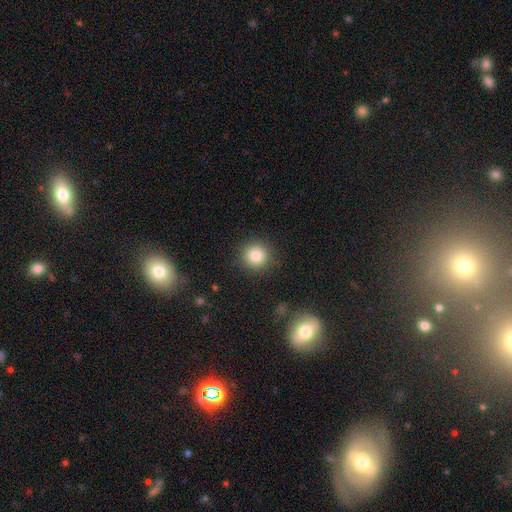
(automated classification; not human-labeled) Q: Smooth or featured?
A: smooth (84%); runner-up: star or artifact (11%)
Q: How rounded?
A: round (92%); runner-up: in between (7%)
Q: Merging?
A: none (89%); runner-up: minor disturbance (7%)